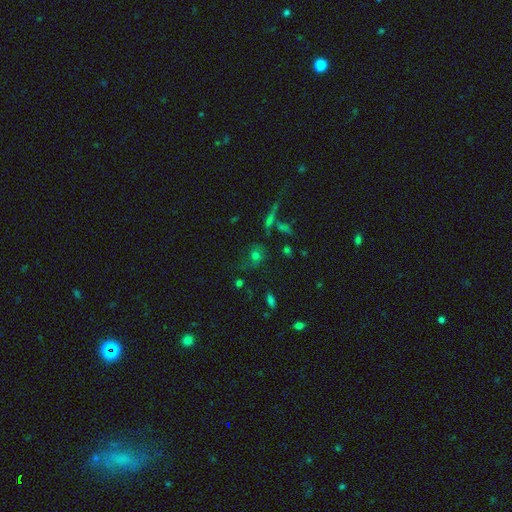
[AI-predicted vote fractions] The model was most divided on "merging": none: 51%, major disturbance: 21%, minor disturbance: 20%, merger: 7%. More confident: how rounded — round (64%); smooth or featured — smooth (56%).